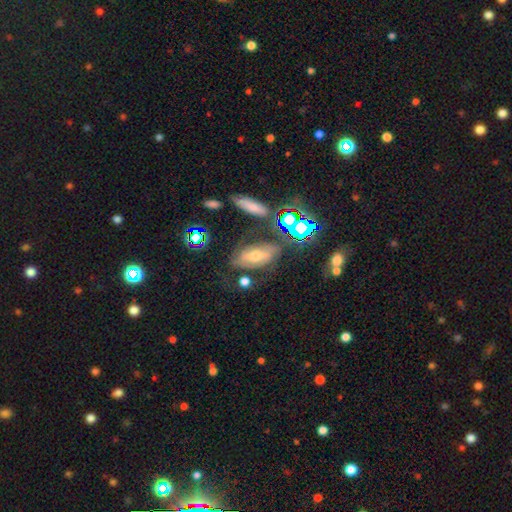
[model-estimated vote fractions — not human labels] This appears to be a featured or disk galaxy (39%). Merging: none (65%).